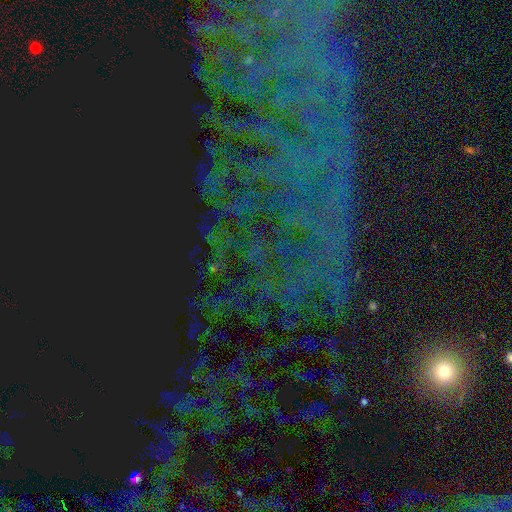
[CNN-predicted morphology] Smooth or featured? star or artifact (67%)